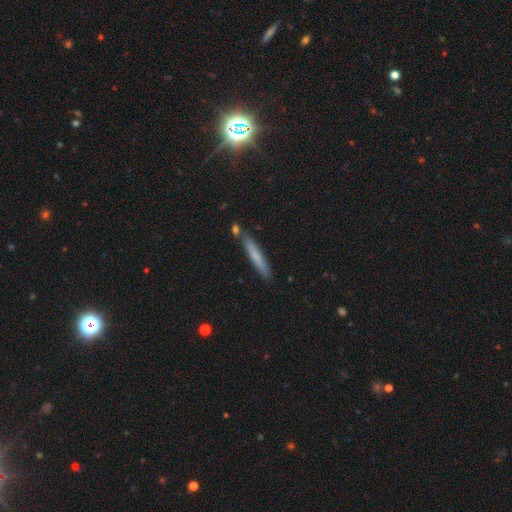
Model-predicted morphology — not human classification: Smooth or featured?
  - smooth: 70% *
  - featured or disk: 23%
  - star or artifact: 7%
How rounded?
  - cigar-shaped: 95% *
  - in between: 4%
  - round: 1%
Merging?
  - none: 83% *
  - minor disturbance: 10%
  - merger: 5%
  - major disturbance: 2%